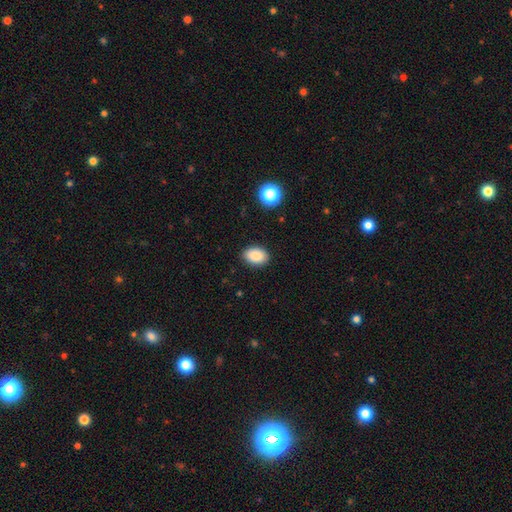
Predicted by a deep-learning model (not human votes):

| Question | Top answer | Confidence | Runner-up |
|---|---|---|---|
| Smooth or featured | smooth | 88% | star or artifact (8%) |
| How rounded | in between | 84% | round (15%) |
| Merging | none | 88% | minor disturbance (8%) |